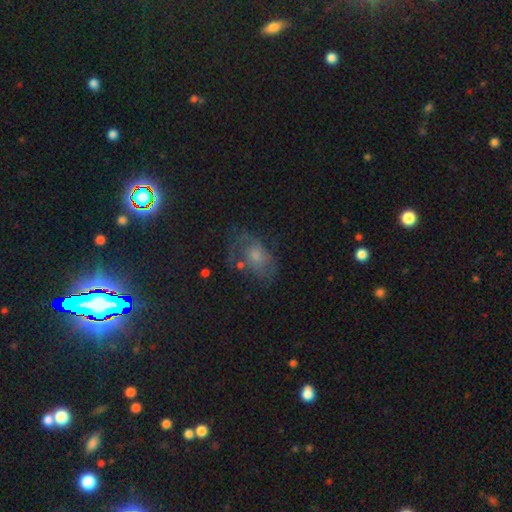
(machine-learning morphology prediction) The model was most divided on "smooth or featured": featured or disk: 37%, smooth: 34%, star or artifact: 29%. More confident: merging — none (55%).